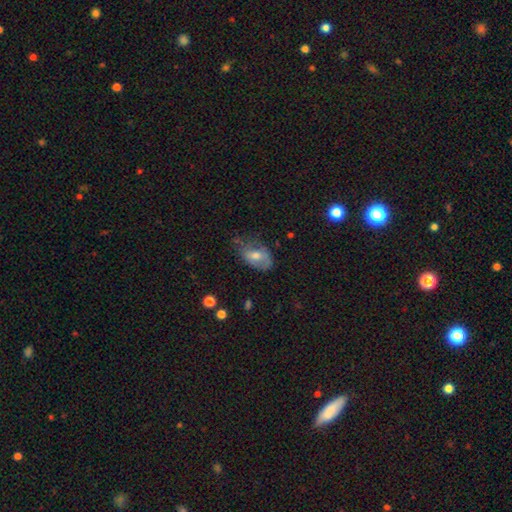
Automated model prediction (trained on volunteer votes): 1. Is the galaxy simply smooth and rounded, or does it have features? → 55% smooth, 37% featured or disk, 8% star or artifact.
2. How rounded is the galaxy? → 88% in between, 10% round, 2% cigar-shaped.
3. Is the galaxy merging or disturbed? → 44% none, 36% minor disturbance, 17% major disturbance, 3% merger.